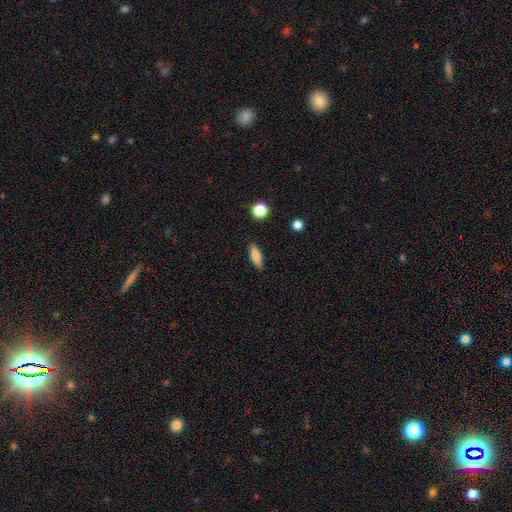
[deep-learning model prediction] A smooth galaxy with no disk features (78%) that is in between round and cigar-shaped (50%).

Vote fractions:
- Smooth or featured? smooth: 78% / featured or disk: 14% / star or artifact: 8%
- How rounded? in between: 50% / cigar-shaped: 47% / round: 4%
- Merging? none: 86% / minor disturbance: 10% / major disturbance: 2% / merger: 2%